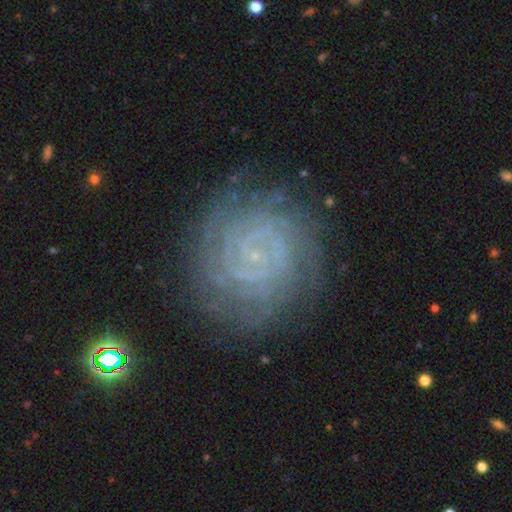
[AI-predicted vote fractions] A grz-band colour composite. It shows a featured or disk galaxy (84%) with no bar (58%), tight (84%) spiral arms (97%) and a small central bulge (78%). Merging: none (82%).